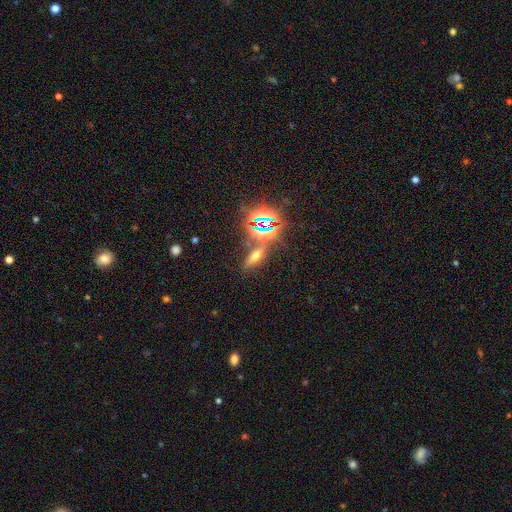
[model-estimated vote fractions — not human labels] smooth-or-featured: star or artifact: 38% | smooth: 33% | featured or disk: 29%